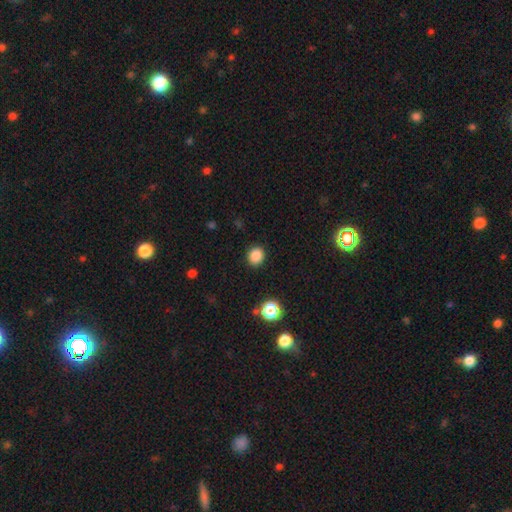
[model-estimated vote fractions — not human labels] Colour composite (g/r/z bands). It shows a smooth galaxy with no disk features (86%) that is round (75%). Merging: none (90%).